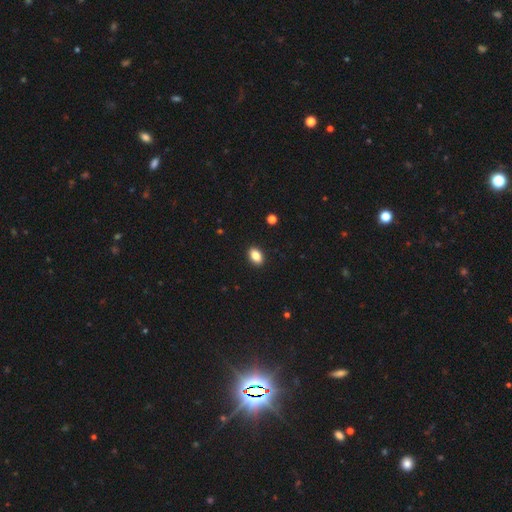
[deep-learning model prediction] Overall: smooth (85%). How rounded: in between (87%). Merging: none (91%).